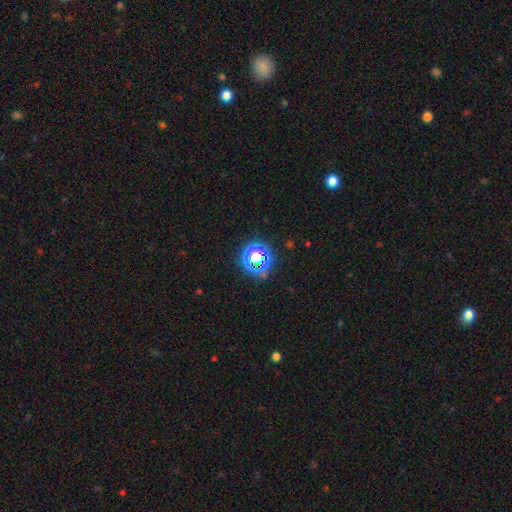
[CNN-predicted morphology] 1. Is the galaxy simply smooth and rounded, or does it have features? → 70% star or artifact, 22% smooth, 9% featured or disk.